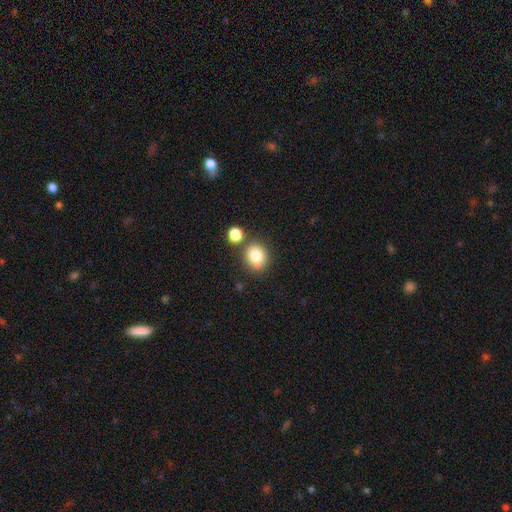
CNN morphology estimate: type=smooth (79%); roundness=round (72%); merging=none (72%).